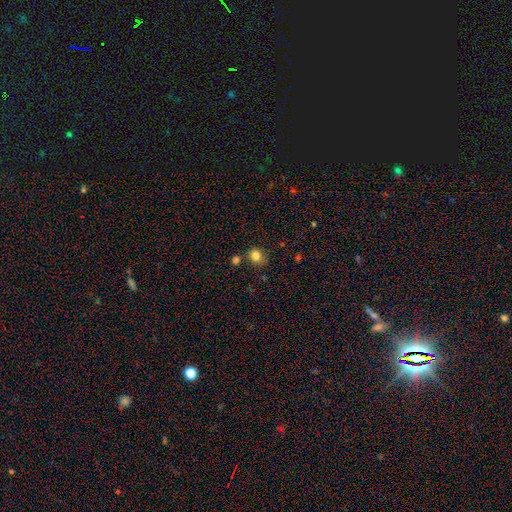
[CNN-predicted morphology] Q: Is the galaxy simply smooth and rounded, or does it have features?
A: smooth — 83%.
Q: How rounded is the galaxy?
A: round — 69%.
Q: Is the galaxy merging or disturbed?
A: none — 67%.